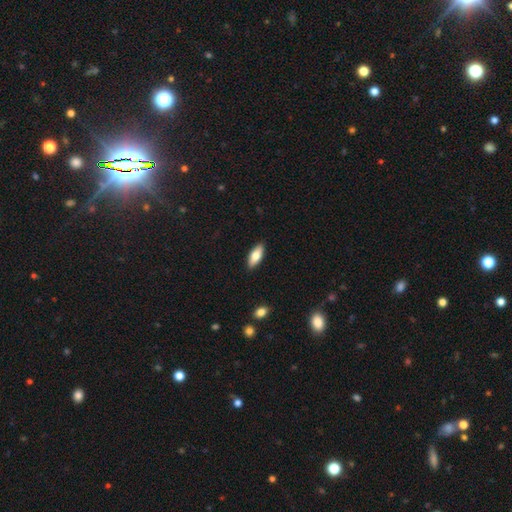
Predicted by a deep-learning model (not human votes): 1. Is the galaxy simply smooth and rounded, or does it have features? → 75% smooth, 19% featured or disk, 6% star or artifact.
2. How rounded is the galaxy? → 78% in between, 20% cigar-shaped, 2% round.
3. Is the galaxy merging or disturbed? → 89% none, 8% minor disturbance, 2% major disturbance, 1% merger.